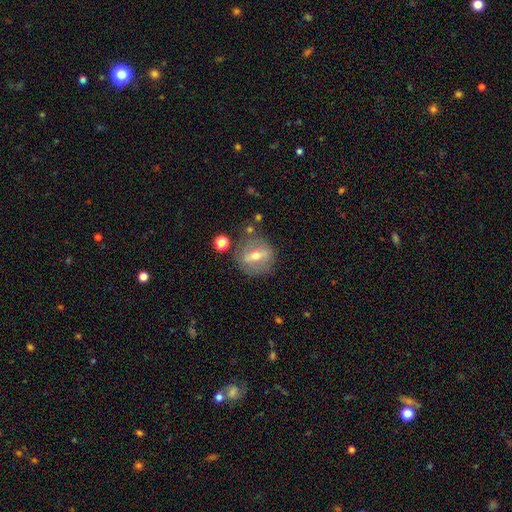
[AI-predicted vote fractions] smooth-or-featured: featured or disk: 59% | smooth: 33% | star or artifact: 9%
  disk-edge-on: no: 76% | yes: 24%
  merging: none: 75% | minor disturbance: 14% | major disturbance: 6% | merger: 4%